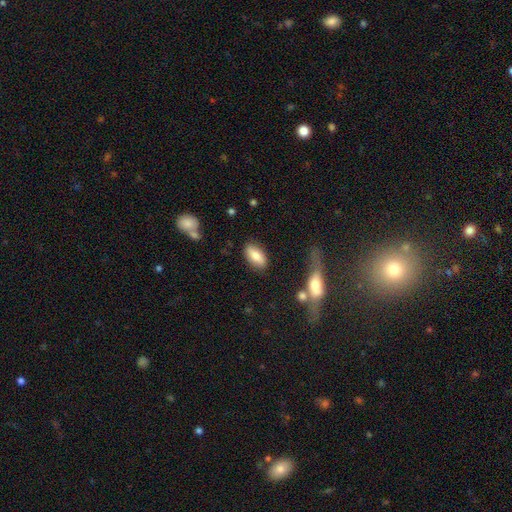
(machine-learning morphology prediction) Q: Smooth or featured?
A: smooth (76%); runner-up: featured or disk (17%)
Q: How rounded?
A: in between (85%); runner-up: cigar-shaped (11%)
Q: Merging?
A: none (82%); runner-up: minor disturbance (12%)